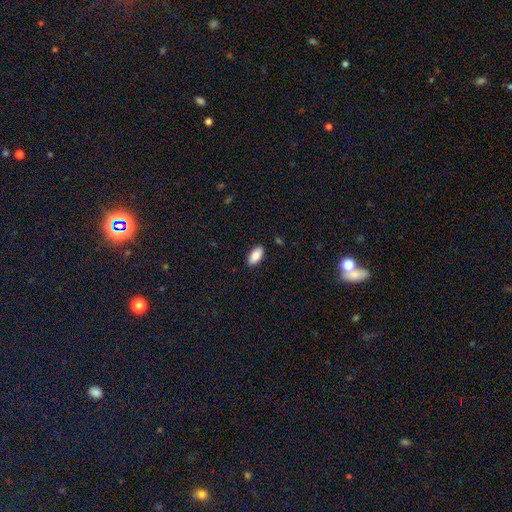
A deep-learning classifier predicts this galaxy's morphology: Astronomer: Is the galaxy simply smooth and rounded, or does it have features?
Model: smooth — 88%.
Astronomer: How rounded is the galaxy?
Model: in between — 93%.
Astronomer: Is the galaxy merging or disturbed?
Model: none — 89%.